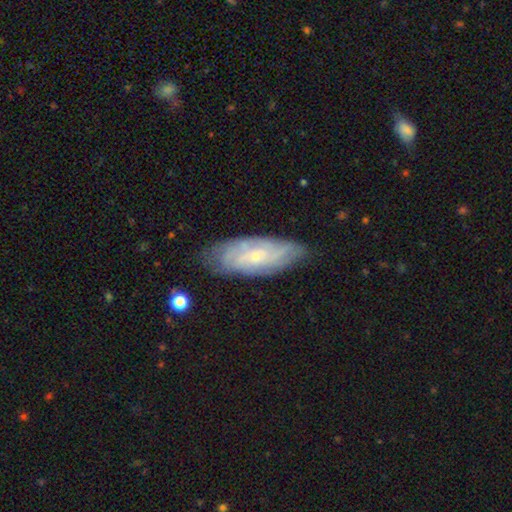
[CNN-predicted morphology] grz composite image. It shows a featured or disk galaxy (70%) with no bar (72%), tight (61%) spiral arms (86%) and a small central bulge (76%). Merging: none (75%).